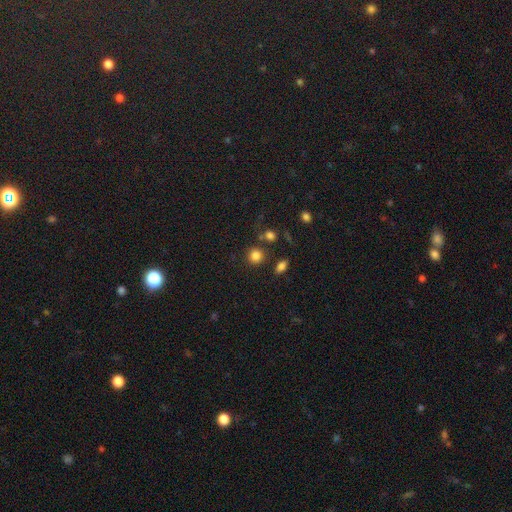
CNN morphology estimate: Overall: smooth (83%). How rounded: round (88%). Merging: none (79%).